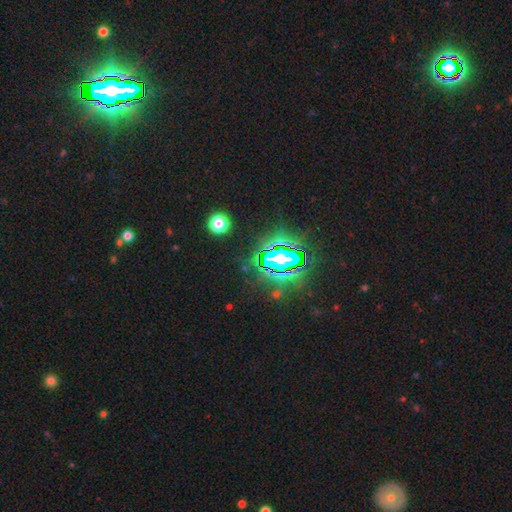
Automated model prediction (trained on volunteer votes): A star or artifact, not a galaxy (79%).

Vote fractions:
- Smooth or featured? star or artifact: 79% / smooth: 11% / featured or disk: 9%